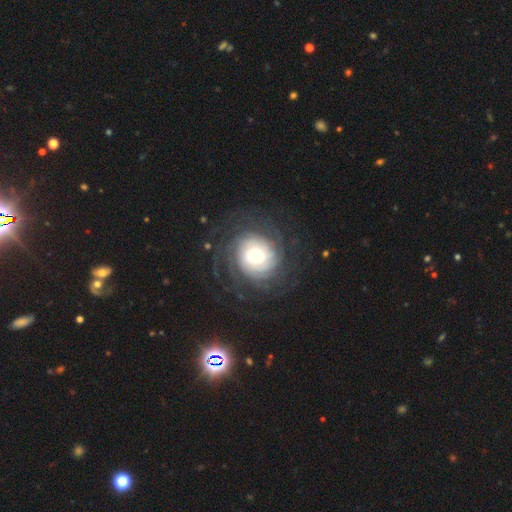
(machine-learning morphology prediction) smooth_or_featured: featured or disk (p=0.80) [alt: smooth p=0.13]
disk_edge_on: no (p=0.98) [alt: yes p=0.02]
bar: no (p=0.73) [alt: weak p=0.20]
has_spiral_arms: yes (p=0.94) [alt: no p=0.06]
spiral_winding: tight (p=0.69) [alt: medium p=0.22]
spiral_arm_count: can't tell (p=0.35) [alt: more than 4 p=0.16]
bulge_size: moderate (p=0.47) [alt: large p=0.31]
merging: none (p=0.77) [alt: minor disturbance p=0.11]